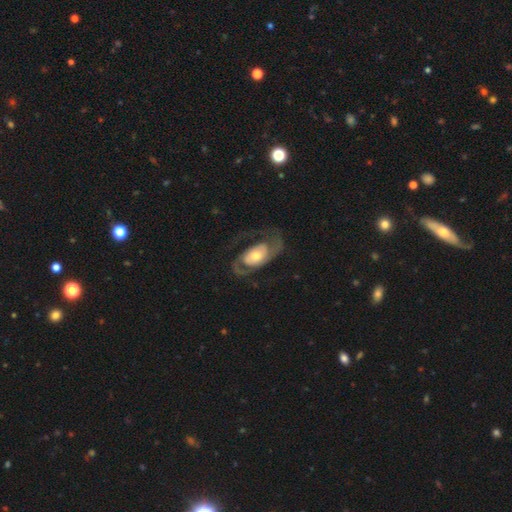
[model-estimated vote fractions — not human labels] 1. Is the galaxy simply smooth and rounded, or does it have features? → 81% featured or disk, 14% smooth, 5% star or artifact.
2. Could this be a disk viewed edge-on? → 96% no, 4% yes.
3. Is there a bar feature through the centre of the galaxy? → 66% no, 24% weak, 10% strong.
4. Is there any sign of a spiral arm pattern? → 91% yes, 9% no.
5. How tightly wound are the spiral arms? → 49% medium, 28% loose, 23% tight.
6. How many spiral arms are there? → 86% 2, 6% 1, 5% can't tell, 2% 3, 1% 4, 1% more than 4.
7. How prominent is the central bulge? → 61% moderate, 19% small, 16% large, 2% dominant, 1% none.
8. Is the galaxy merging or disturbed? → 62% none, 21% major disturbance, 15% minor disturbance, 2% merger.